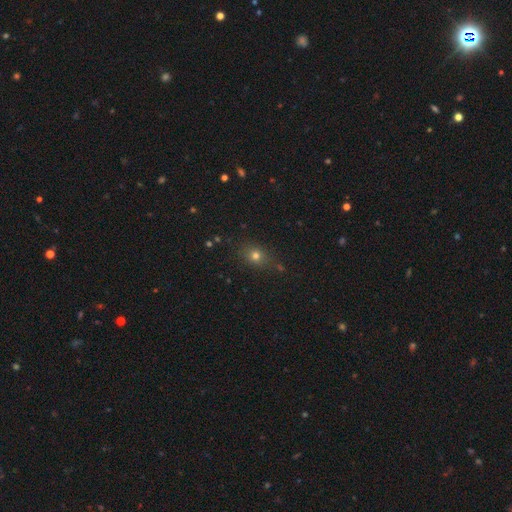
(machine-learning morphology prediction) type=smooth (72%); roundness=round (62%); merging=none (80%).